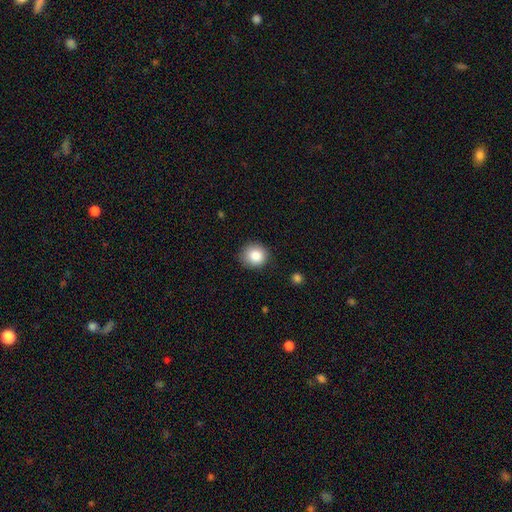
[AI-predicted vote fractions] This is clearly a smooth galaxy (85%). How rounded: clearly round (85%). Merging: clearly none (86%).